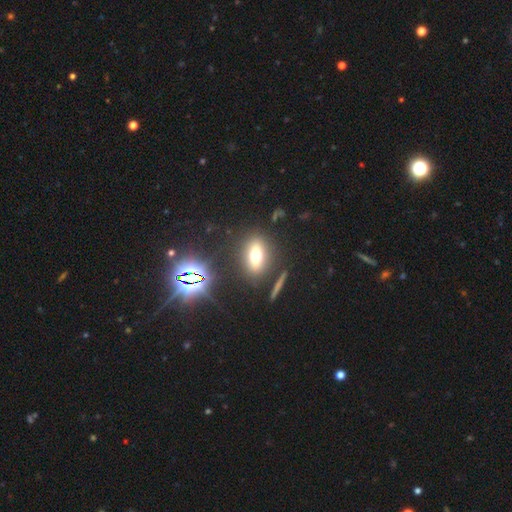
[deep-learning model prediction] Smooth or featured? Predicted: smooth (p=0.57). How rounded? Predicted: in between (p=0.70). Merging? Predicted: none (p=0.83).